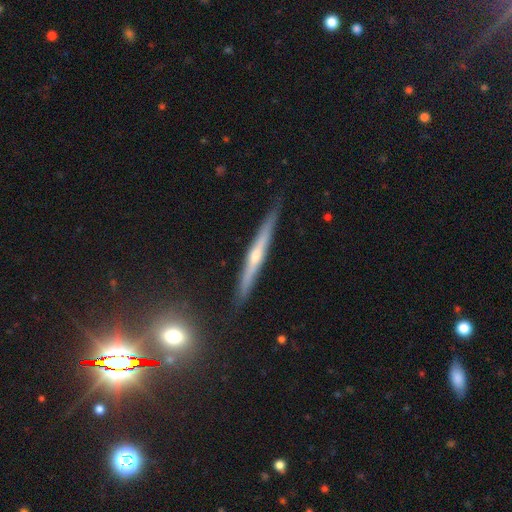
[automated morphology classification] Overall: featured or disk (73%). Edge-on disk: yes (97%). Edge-on bulge: rounded (71%). Merging: none (88%).